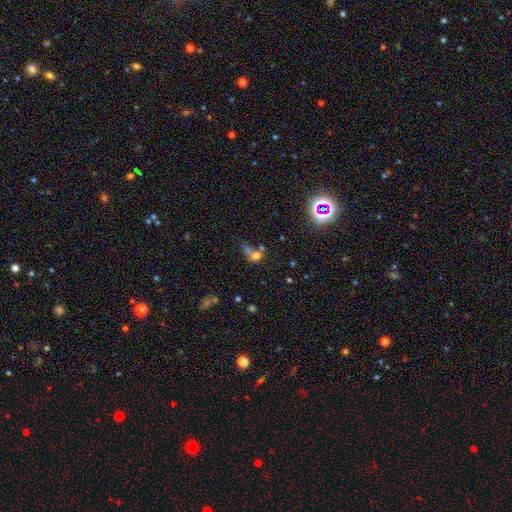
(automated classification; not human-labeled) smooth 62%, star or artifact 21%, featured or disk 16%. Down the decision tree: how rounded — round (51%); merging — merger (44%).